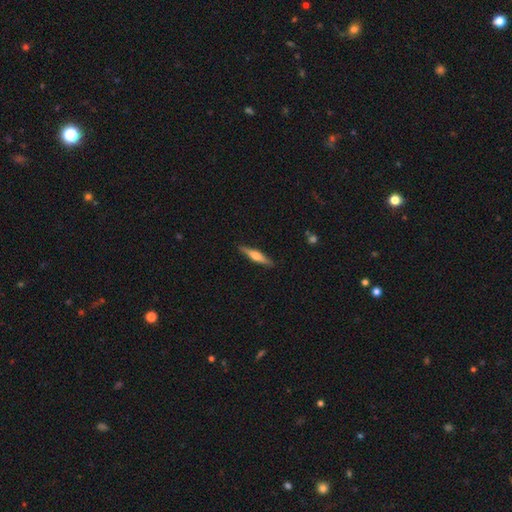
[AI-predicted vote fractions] featured or disk 53%, smooth 41%, star or artifact 6%. Down the decision tree: edge-on disk — yes (96%); edge-on bulge — rounded (86%); merging — none (89%).